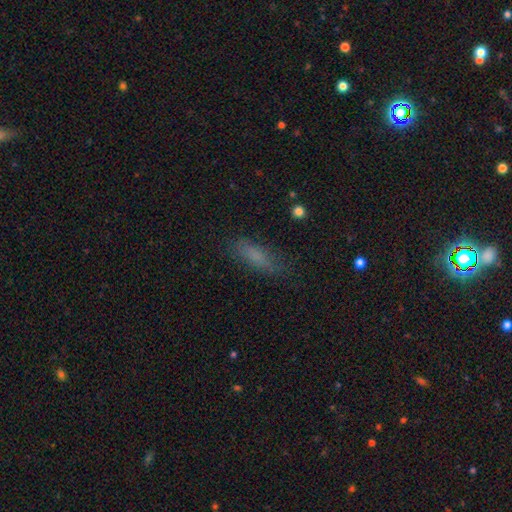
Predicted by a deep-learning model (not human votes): The model was most divided on "how rounded": cigar-shaped: 52%, in between: 45%, round: 3%. More confident: merging — none (76%); smooth or featured — smooth (73%).